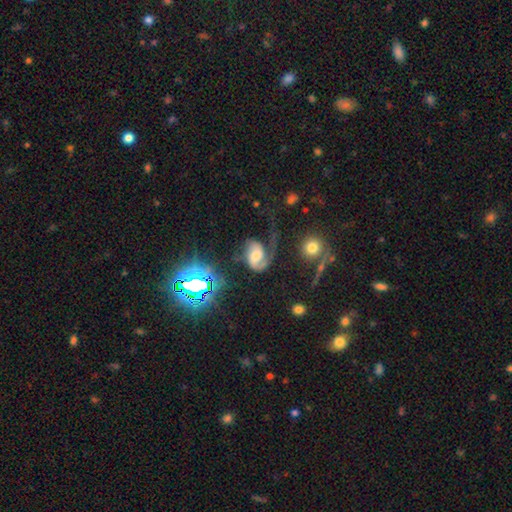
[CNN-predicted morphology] A featured or disk galaxy (75%) with no bar (49%), 2 (60%) medium (43%) spiral arms (93%) and a moderate central bulge (53%).

Vote fractions:
- Smooth or featured? featured or disk: 75% / smooth: 13% / star or artifact: 12%
- Edge-on disk? no: 97% / yes: 3%
- Bar? no: 49% / weak: 35% / strong: 16%
- Spiral arms? yes: 93% / no: 7%
- Spiral winding? medium: 43% / loose: 38% / tight: 19%
- Spiral arm count? 2: 60% / 1: 32% / can't tell: 5% / 3: 1% / 4: 1% / more than 4: 1%
- Bulge size? moderate: 53% / large: 21% / small: 18% / none: 5% / dominant: 4%
- Merging? major disturbance: 39% / none: 35% / minor disturbance: 20% / merger: 6%